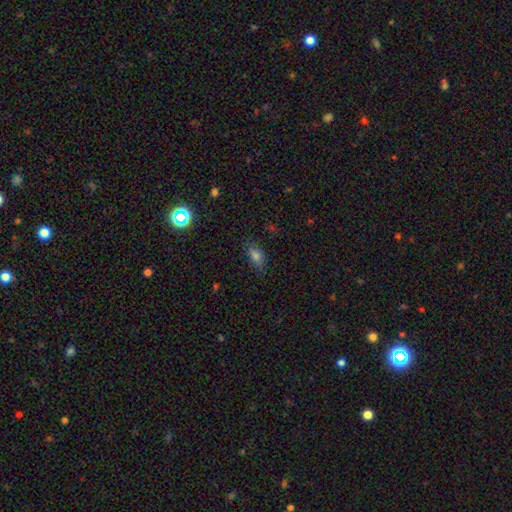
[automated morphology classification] This is likely a smooth galaxy (72%). How rounded: clearly in between (81%). Merging: likely none (77%).